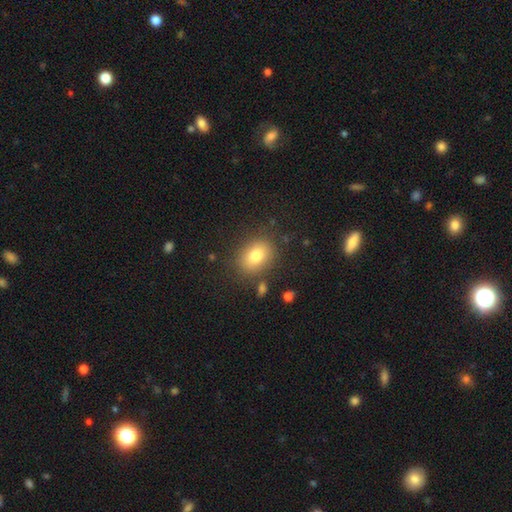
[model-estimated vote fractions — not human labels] smooth_or_featured: smooth (p=0.79) [alt: featured or disk p=0.10]
how_rounded: in between (p=0.67) [alt: round p=0.32]
merging: none (p=0.82) [alt: minor disturbance p=0.11]